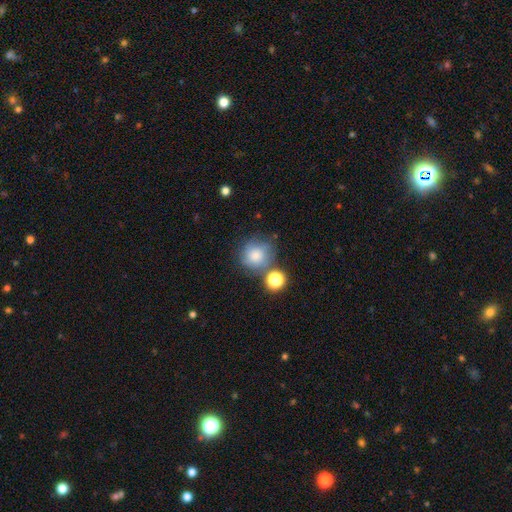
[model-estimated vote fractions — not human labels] Smooth or featured: smooth — 74% (featured or disk — 14%)
How rounded: round — 87% (in between — 12%)
Merging: none — 57% (minor disturbance — 18%)